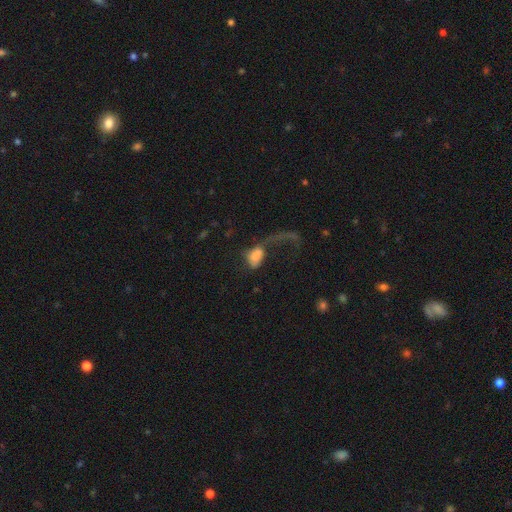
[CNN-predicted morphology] type=smooth (64%); roundness=in between (86%); merging=major disturbance (66%).